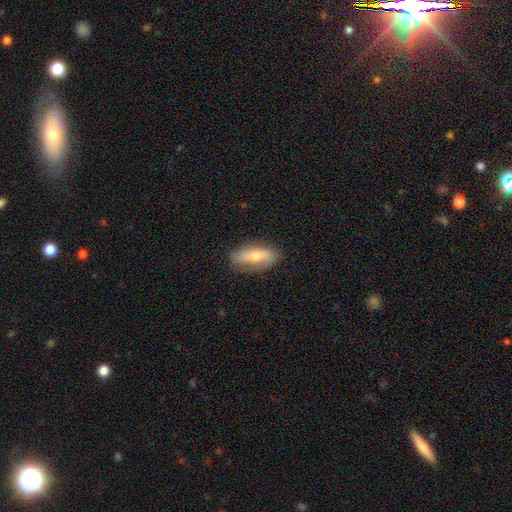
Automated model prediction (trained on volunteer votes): Overall: smooth (52%; featured or disk 41%). How rounded: in between (77%). Merging: none (79%).